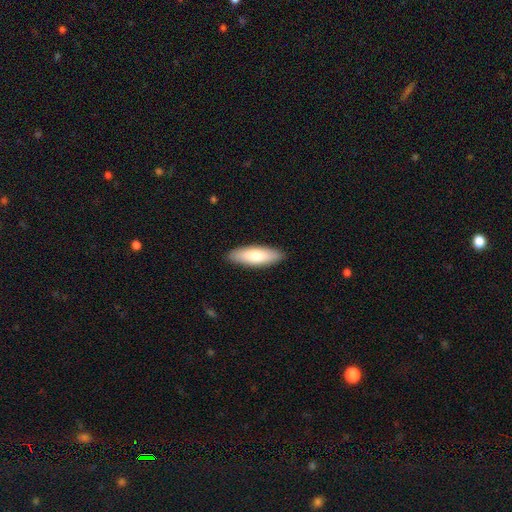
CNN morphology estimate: type=smooth (78%); roundness=in between (56%); merging=none (89%).